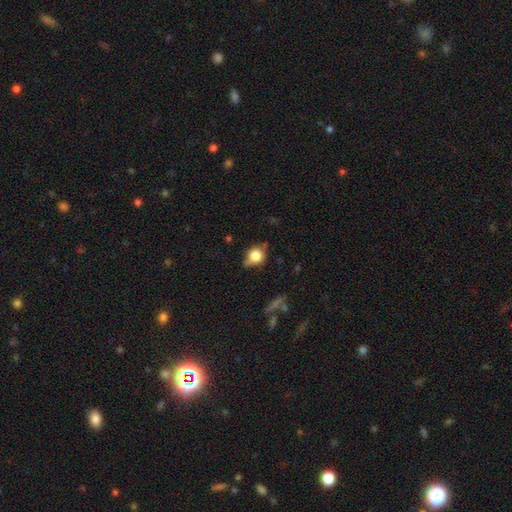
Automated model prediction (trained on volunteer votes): smooth-or-featured: smooth: 71% | featured or disk: 19% | star or artifact: 10%
  how-rounded: round: 66% | in between: 31% | cigar-shaped: 2%
  merging: none: 55% | minor disturbance: 31% | major disturbance: 9% | merger: 5%